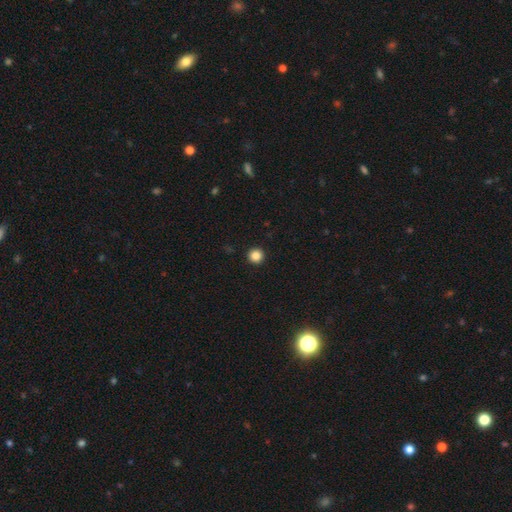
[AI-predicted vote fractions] smooth 85%, star or artifact 11%, featured or disk 4%. Down the decision tree: how rounded — round (96%); merging — none (94%).